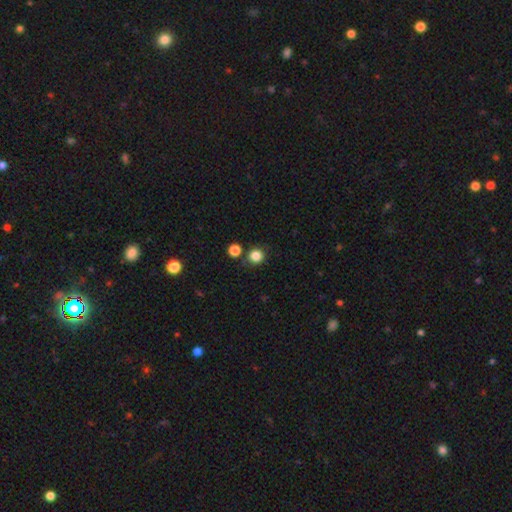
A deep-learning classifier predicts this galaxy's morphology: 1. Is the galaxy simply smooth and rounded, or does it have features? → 84% smooth, 12% star or artifact, 4% featured or disk.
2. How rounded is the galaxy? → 92% round, 7% in between, 1% cigar-shaped.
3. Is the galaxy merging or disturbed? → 81% none, 8% minor disturbance, 8% merger, 3% major disturbance.